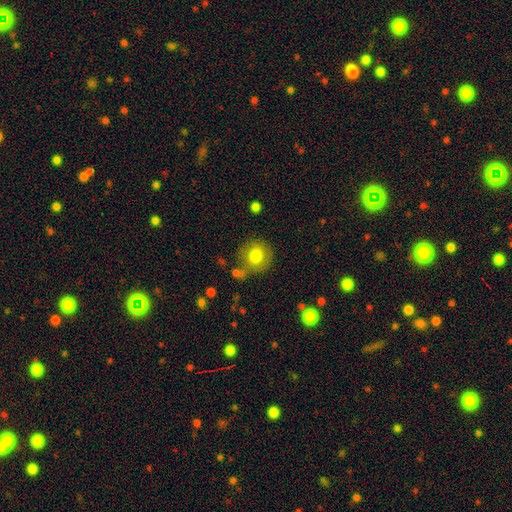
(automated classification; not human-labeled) Smooth or featured: smooth — 79% (featured or disk — 12%)
How rounded: round — 90% (in between — 9%)
Merging: none — 68% (minor disturbance — 15%)